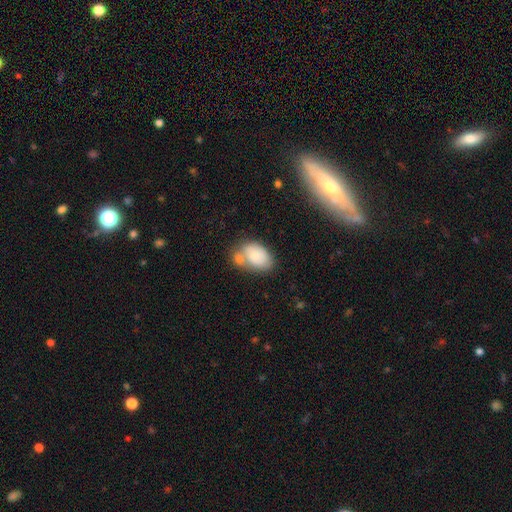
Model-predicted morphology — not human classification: Overall: smooth (77%). How rounded: in between (88%). Merging: none (38%; merger 36%).